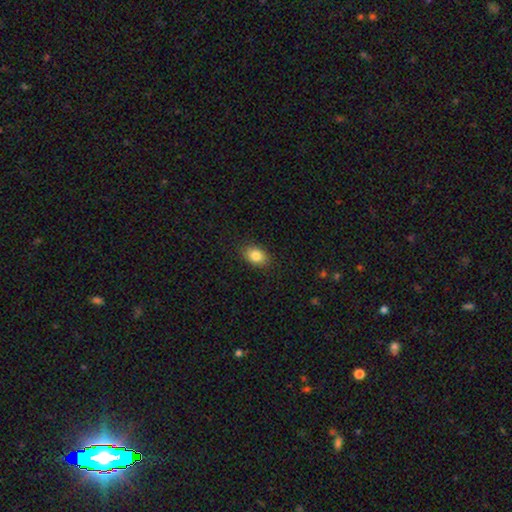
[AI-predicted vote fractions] Smooth or featured? smooth (85%)
How rounded? in between (78%)
Merging? none (88%)